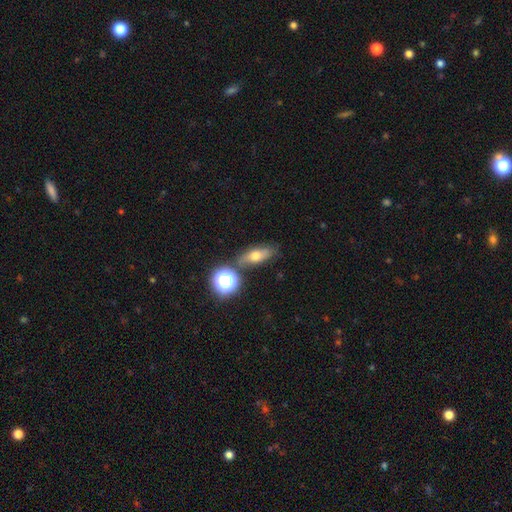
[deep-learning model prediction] Q: Smooth or featured?
A: smooth (56%); runner-up: featured or disk (27%)
Q: How rounded?
A: in between (58%); runner-up: cigar-shaped (24%)
Q: Merging?
A: none (71%); runner-up: minor disturbance (15%)